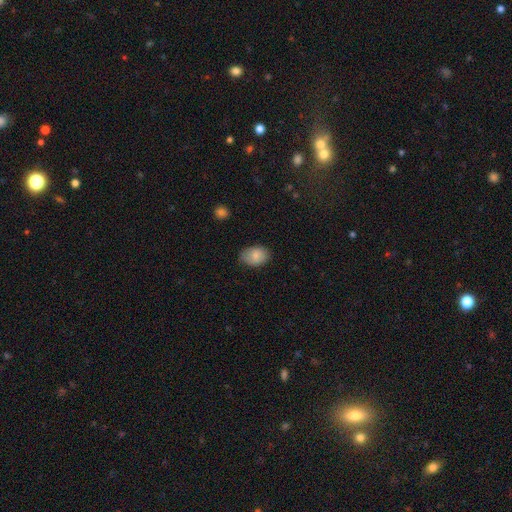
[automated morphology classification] Q: Smooth or featured?
A: smooth (84%); runner-up: featured or disk (9%)
Q: How rounded?
A: in between (81%); runner-up: round (18%)
Q: Merging?
A: none (77%); runner-up: minor disturbance (19%)